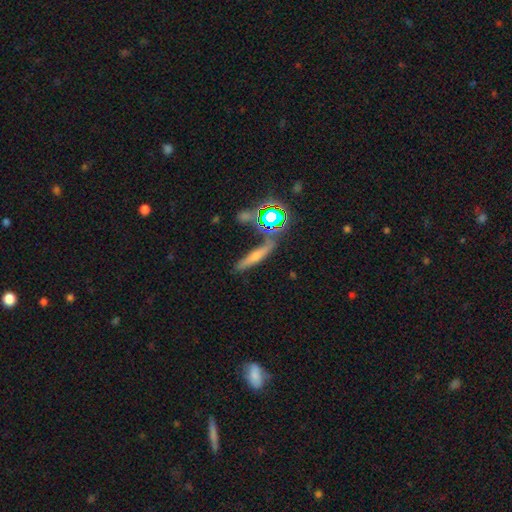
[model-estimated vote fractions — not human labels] Smooth or featured? featured or disk (38%)
Merging? none (72%)